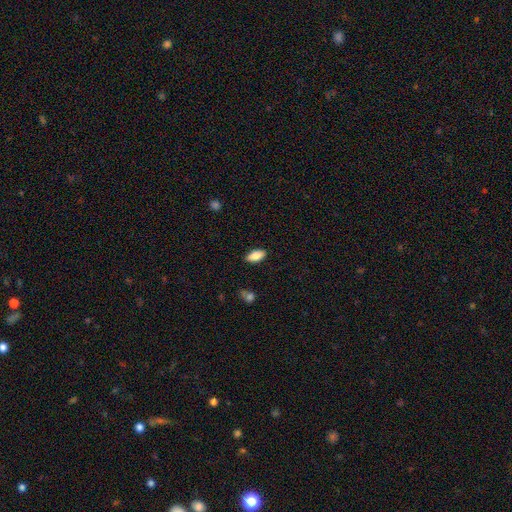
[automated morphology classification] Q: Smooth or featured?
A: smooth (82%); runner-up: featured or disk (11%)
Q: How rounded?
A: in between (89%); runner-up: cigar-shaped (9%)
Q: Merging?
A: none (87%); runner-up: minor disturbance (9%)